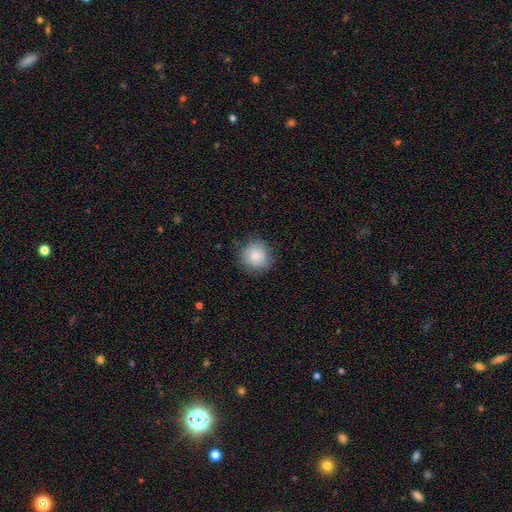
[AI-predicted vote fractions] smooth 82%, featured or disk 10%, star or artifact 8%. Down the decision tree: how rounded — round (91%); merging — none (81%).